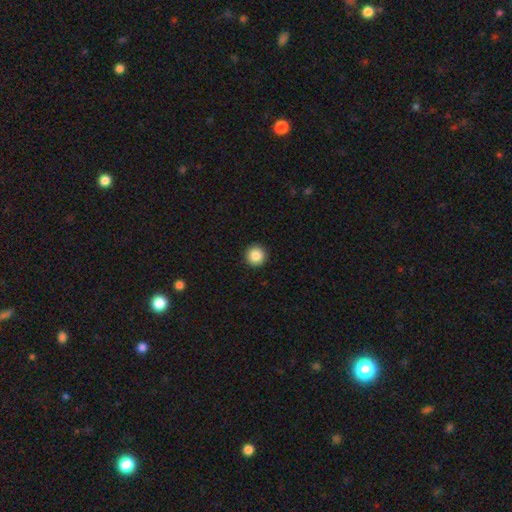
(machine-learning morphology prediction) This is clearly a smooth galaxy (87%). How rounded: clearly round (96%). Merging: clearly none (94%).